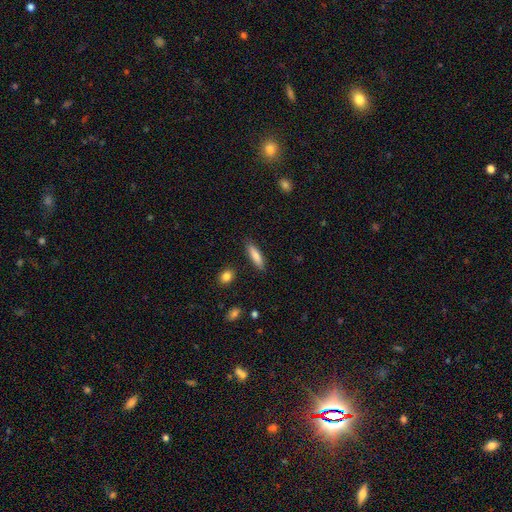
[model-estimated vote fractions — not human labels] smooth-or-featured: smooth: 81% | featured or disk: 13% | star or artifact: 6%
  how-rounded: cigar-shaped: 68% | in between: 31% | round: 2%
  merging: none: 87% | minor disturbance: 9% | major disturbance: 2% | merger: 2%